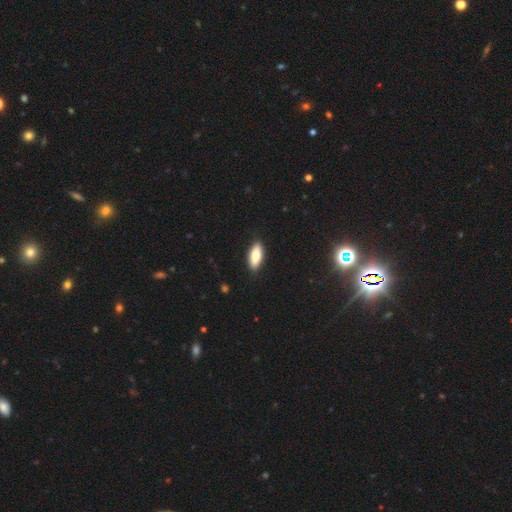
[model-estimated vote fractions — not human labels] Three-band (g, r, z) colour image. It shows a smooth galaxy with no disk features (80%) that is in between round and cigar-shaped (80%). Merging: none (89%).